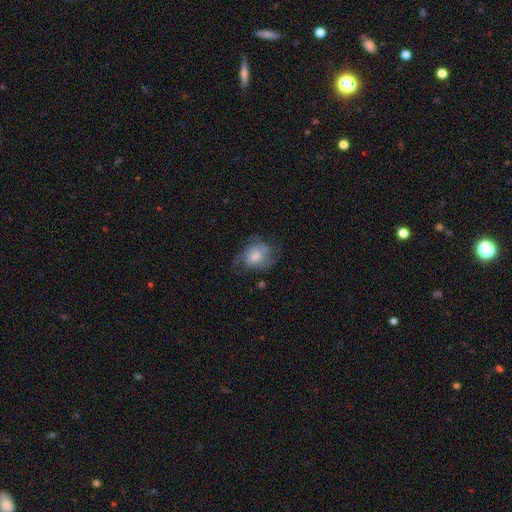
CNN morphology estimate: A smooth galaxy with no disk features (53%) that is round (59%).

Vote fractions:
- Smooth or featured? smooth: 53% / featured or disk: 40% / star or artifact: 8%
- How rounded? round: 59% / in between: 40% / cigar-shaped: 1%
- Merging? none: 51% / minor disturbance: 27% / major disturbance: 20% / merger: 2%